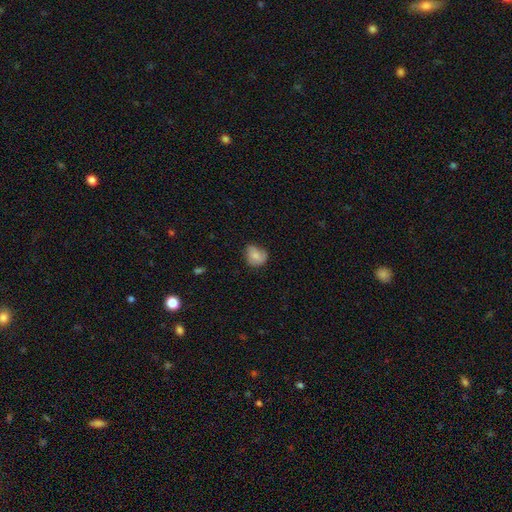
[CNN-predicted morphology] This is likely a smooth galaxy (73%). How rounded: possibly round (56%). Merging: possibly none (53%).